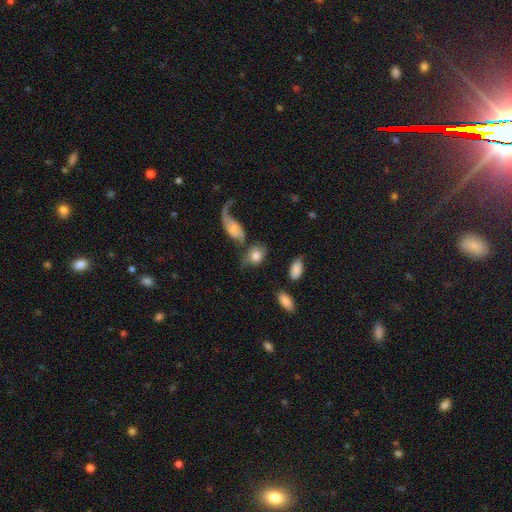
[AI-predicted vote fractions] Morphology: type=smooth (66%); roundness=in between (62%); merging=none (35%).